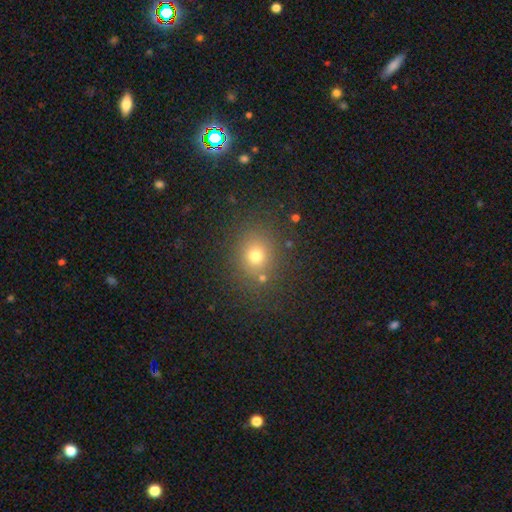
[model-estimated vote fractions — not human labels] smooth_or_featured: smooth (p=0.72) [alt: star or artifact p=0.19]
how_rounded: round (p=0.76) [alt: in between p=0.23]
merging: none (p=0.81) [alt: minor disturbance p=0.09]